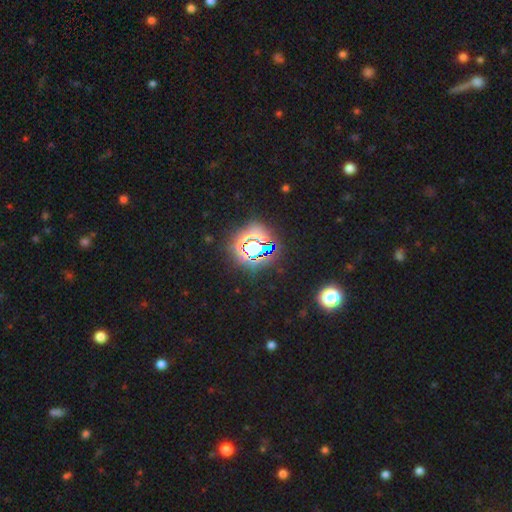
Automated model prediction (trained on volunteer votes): Smooth or featured? star or artifact (71%)